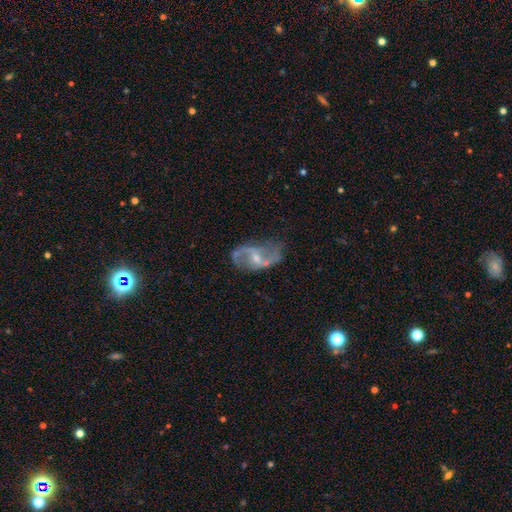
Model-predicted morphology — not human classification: Overall: featured or disk (85%). Edge-on disk: no (97%). Bar: weak (47%; no 37%). Spiral arms: yes (92%). Spiral arm count: 2 (89%). Spiral winding: loose (64%; medium 29%). Bulge size: small (60%; moderate 30%). Merging: none (62%).